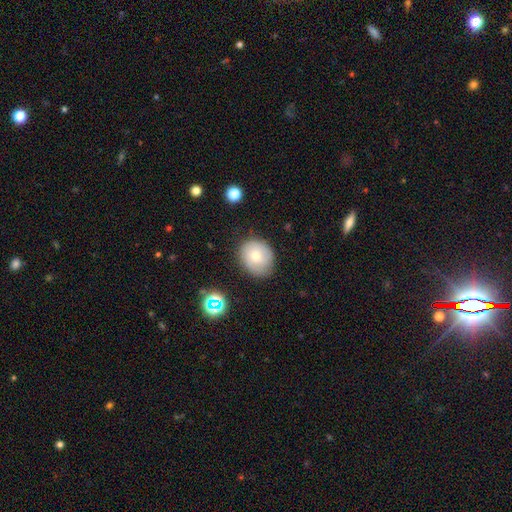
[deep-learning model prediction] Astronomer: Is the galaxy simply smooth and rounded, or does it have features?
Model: smooth — 67%.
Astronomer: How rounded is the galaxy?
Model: round — 67%.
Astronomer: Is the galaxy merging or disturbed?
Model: none — 75%.